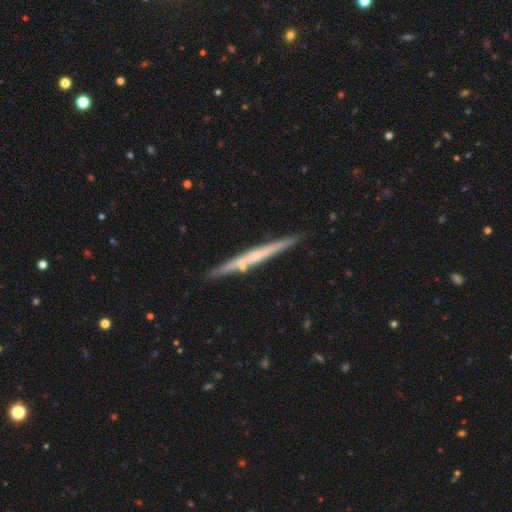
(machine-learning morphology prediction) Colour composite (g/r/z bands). It shows a featured or disk galaxy (63%) viewed edge-on (97%) with no central bulge (62%). Merging: none (85%).